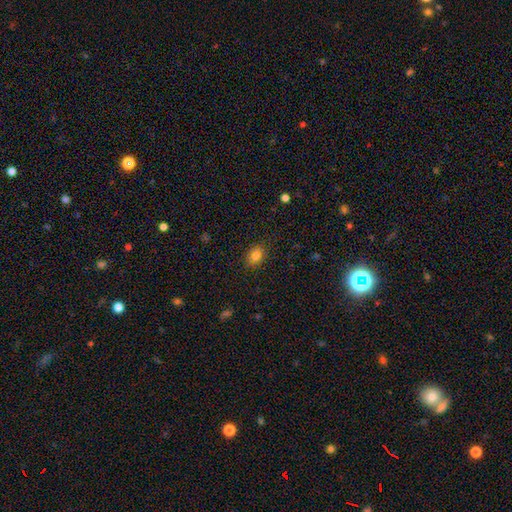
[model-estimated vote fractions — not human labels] The model was most divided on "how rounded": in between: 66%, round: 32%, cigar-shaped: 1%. More confident: merging — none (86%); smooth or featured — smooth (83%).